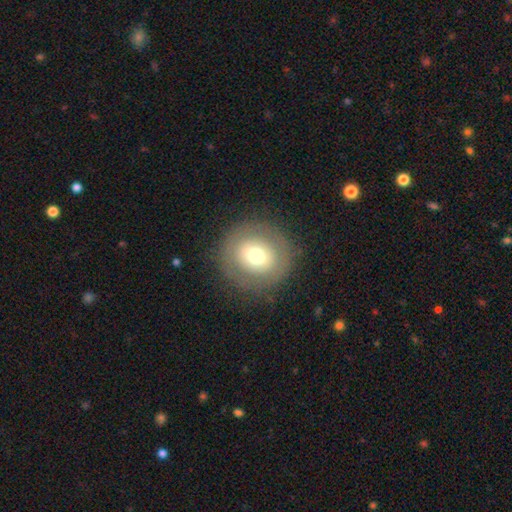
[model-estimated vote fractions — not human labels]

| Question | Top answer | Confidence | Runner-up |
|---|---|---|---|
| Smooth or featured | smooth | 63% | featured or disk (27%) |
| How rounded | round | 92% | in between (7%) |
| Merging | none | 86% | minor disturbance (8%) |